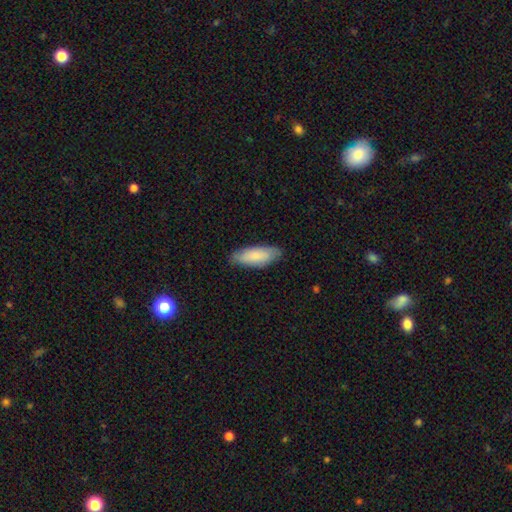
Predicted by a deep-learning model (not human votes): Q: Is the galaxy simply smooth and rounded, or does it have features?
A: smooth — 82%.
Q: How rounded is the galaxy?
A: in between — 67%.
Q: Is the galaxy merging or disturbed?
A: none — 82%.